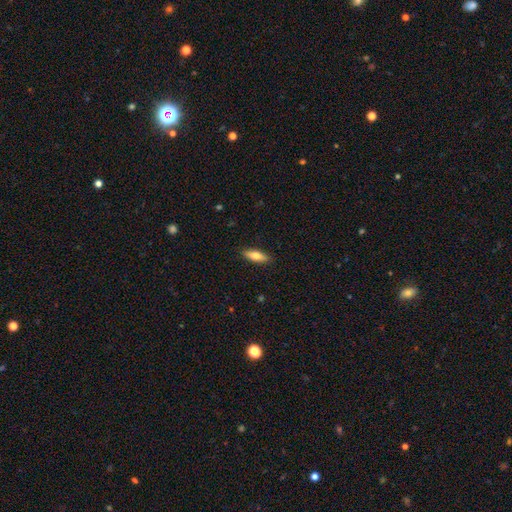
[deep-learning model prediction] Smooth or featured: smooth — 74% (featured or disk — 19%)
How rounded: in between — 55% (cigar-shaped — 43%)
Merging: none — 89% (minor disturbance — 9%)